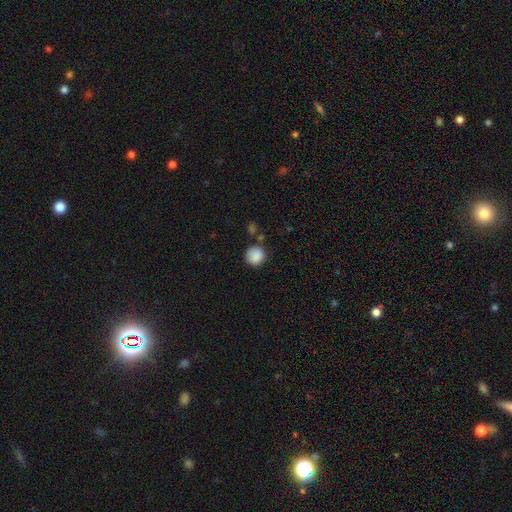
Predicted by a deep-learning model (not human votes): smooth-or-featured: smooth: 88% | star or artifact: 8% | featured or disk: 4%
  how-rounded: round: 91% | in between: 8% | cigar-shaped: 1%
  merging: none: 77% | minor disturbance: 14% | merger: 6% | major disturbance: 4%